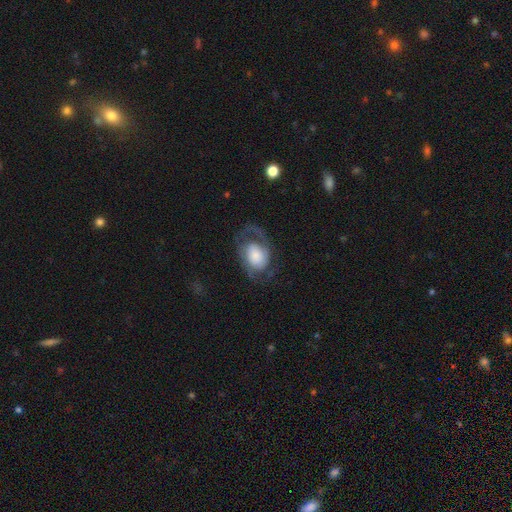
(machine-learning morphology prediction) Smooth or featured?
  - featured or disk: 64% *
  - smooth: 29%
  - star or artifact: 7%
Edge-on disk?
  - no: 97% *
  - yes: 3%
Bar?
  - no: 74% *
  - weak: 20%
  - strong: 6%
Spiral arms?
  - yes: 84% *
  - no: 16%
Spiral winding?
  - medium: 46% *
  - loose: 28%
  - tight: 26%
Spiral arm count?
  - 2: 77% *
  - can't tell: 9%
  - 1: 7%
  - 3: 3%
  - 4: 2%
  - more than 4: 2%
Bulge size?
  - large: 42% *
  - dominant: 23%
  - small: 13%
  - moderate: 13%
  - none: 10%
Merging?
  - none: 55% *
  - major disturbance: 23%
  - minor disturbance: 21%
  - merger: 2%